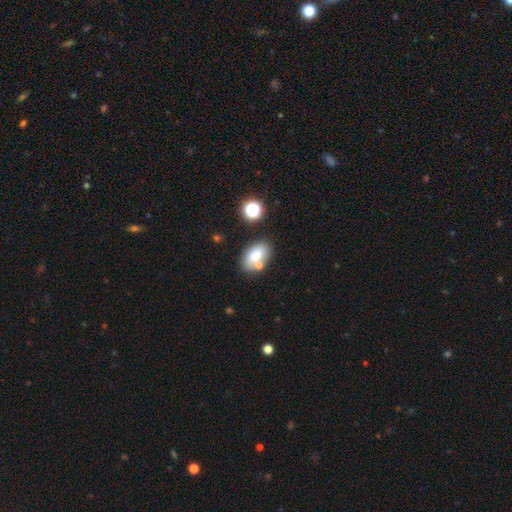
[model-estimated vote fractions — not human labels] A smooth galaxy with no disk features (74%) that is in between round and cigar-shaped (86%). Merging: none (65%).